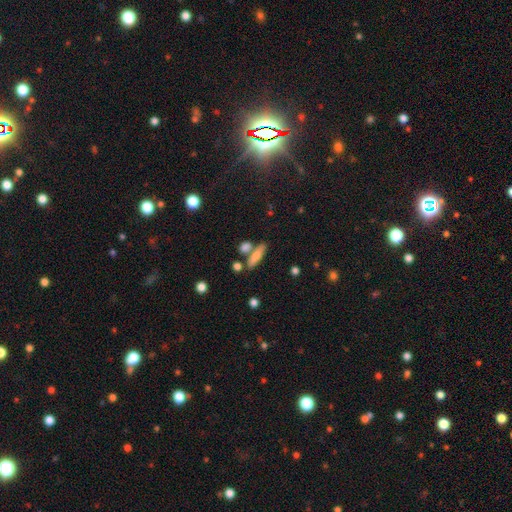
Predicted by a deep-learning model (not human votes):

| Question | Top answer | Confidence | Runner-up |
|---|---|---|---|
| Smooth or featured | smooth | 71% | featured or disk (21%) |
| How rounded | cigar-shaped | 61% | in between (34%) |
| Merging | none | 65% | merger (20%) |